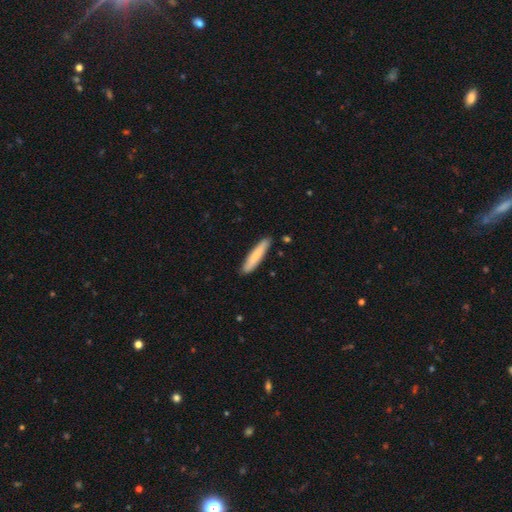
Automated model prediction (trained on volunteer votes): Overall: smooth (78%). How rounded: cigar-shaped (89%). Merging: none (88%).